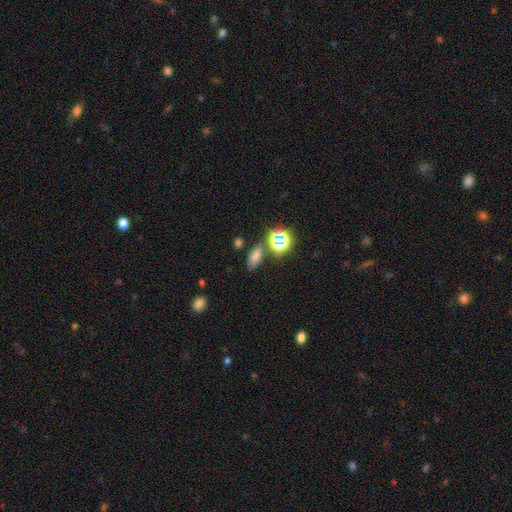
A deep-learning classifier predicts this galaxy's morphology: This is likely a smooth galaxy (69%). How rounded: clearly in between (83%). Merging: likely none (74%).